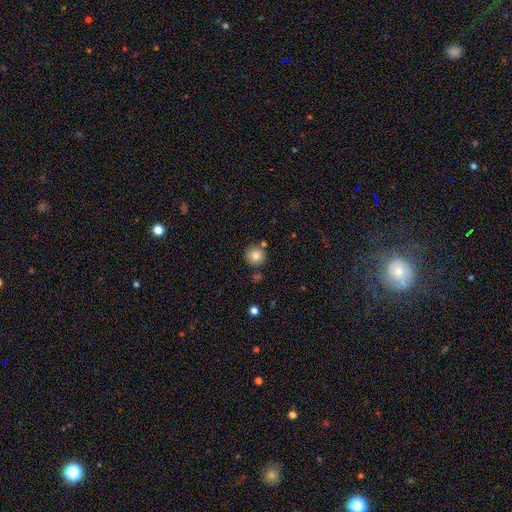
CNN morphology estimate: Smooth or featured? smooth (81%)
How rounded? round (93%)
Merging? none (80%)